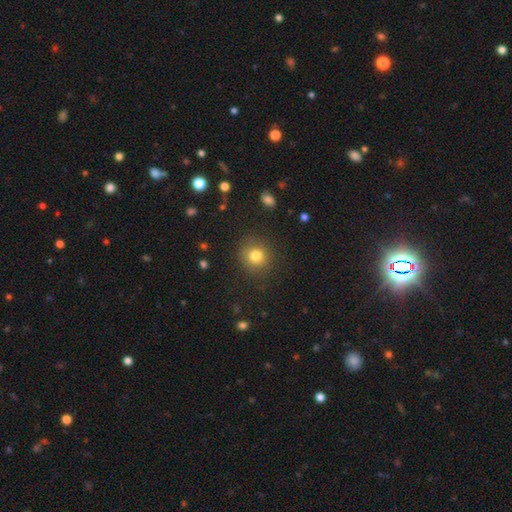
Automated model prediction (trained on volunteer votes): Smooth or featured? Predicted: smooth (p=0.79). How rounded? Predicted: round (p=0.89). Merging? Predicted: none (p=0.86).